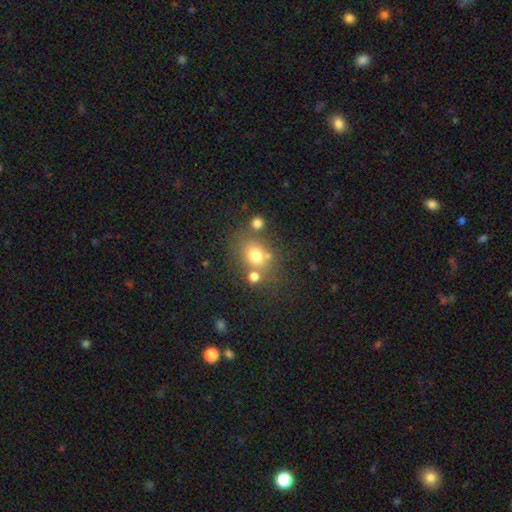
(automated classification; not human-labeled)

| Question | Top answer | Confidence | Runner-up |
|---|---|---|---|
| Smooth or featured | smooth | 71% | star or artifact (15%) |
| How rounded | round | 58% | in between (41%) |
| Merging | none | 60% | merger (20%) |